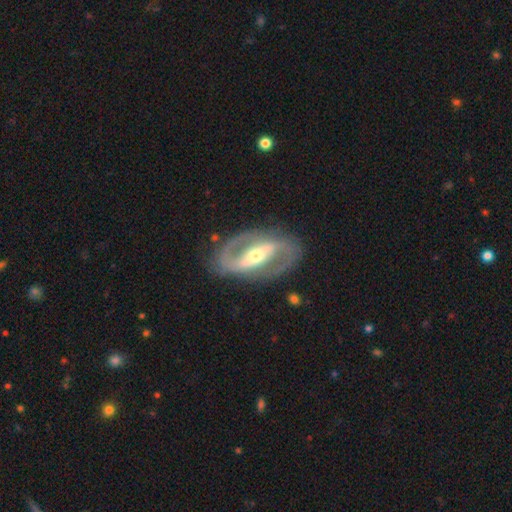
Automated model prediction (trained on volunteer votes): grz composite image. It shows a featured or disk galaxy (89%) with a strong bar (65%), 2 (92%) medium (54%) spiral arms (92%) and a moderate central bulge (55%). Merging: none (84%).